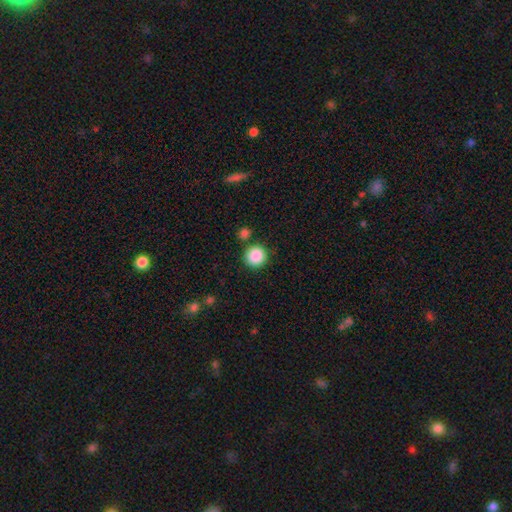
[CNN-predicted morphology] type=smooth (88%); roundness=round (95%); merging=none (84%).